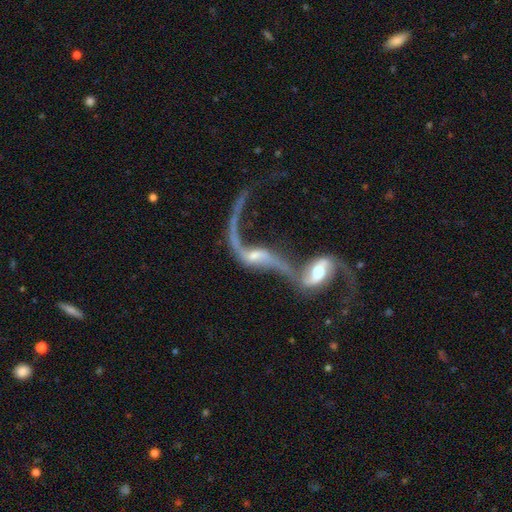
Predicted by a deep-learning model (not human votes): smooth_or_featured: featured or disk (p=0.81) [alt: smooth p=0.11]
disk_edge_on: no (p=0.89) [alt: yes p=0.11]
bar: no (p=0.37) [alt: weak p=0.36]
has_spiral_arms: yes (p=0.82) [alt: no p=0.18]
spiral_winding: loose (p=0.92) [alt: medium p=0.06]
spiral_arm_count: 2 (p=0.71) [alt: 1 p=0.21]
bulge_size: moderate (p=0.44) [alt: small p=0.39]
merging: merger (p=0.68) [alt: major disturbance p=0.15]